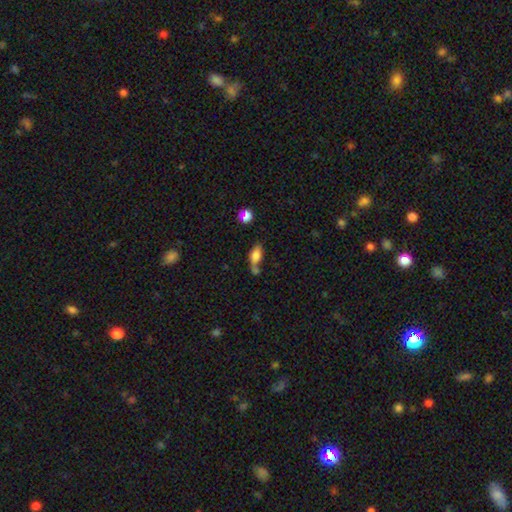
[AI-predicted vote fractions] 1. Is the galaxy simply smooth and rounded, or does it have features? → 77% smooth, 13% featured or disk, 10% star or artifact.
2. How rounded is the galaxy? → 82% in between, 10% cigar-shaped, 7% round.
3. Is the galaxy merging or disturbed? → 37% merger, 36% none, 17% minor disturbance, 10% major disturbance.